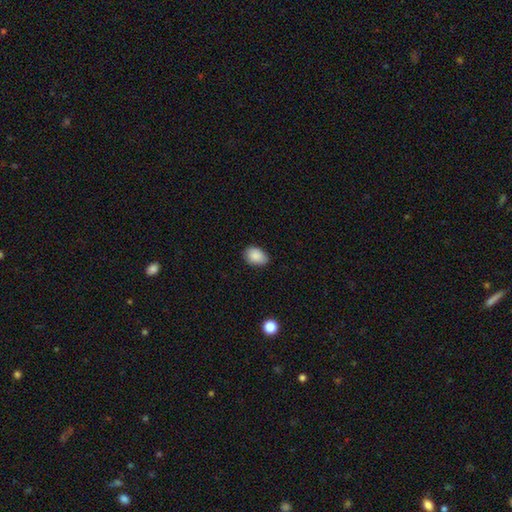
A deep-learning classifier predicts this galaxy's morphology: type=smooth (88%); roundness=in between (79%); merging=none (77%).